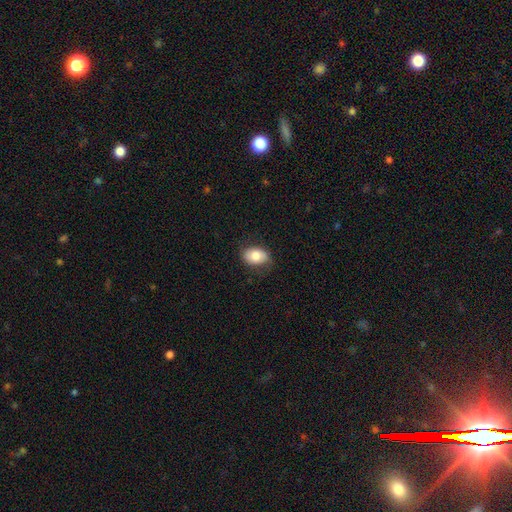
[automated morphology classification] Smooth or featured? Predicted: smooth (p=0.78). How rounded? Predicted: in between (p=0.81). Merging? Predicted: none (p=0.75).